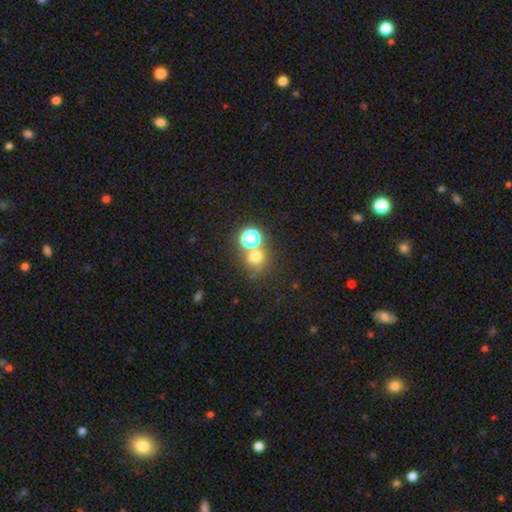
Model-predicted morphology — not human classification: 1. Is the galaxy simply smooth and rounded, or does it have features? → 62% smooth, 28% star or artifact, 10% featured or disk.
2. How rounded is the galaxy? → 82% round, 17% in between, 1% cigar-shaped.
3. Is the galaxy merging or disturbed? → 55% none, 32% merger, 9% minor disturbance, 5% major disturbance.